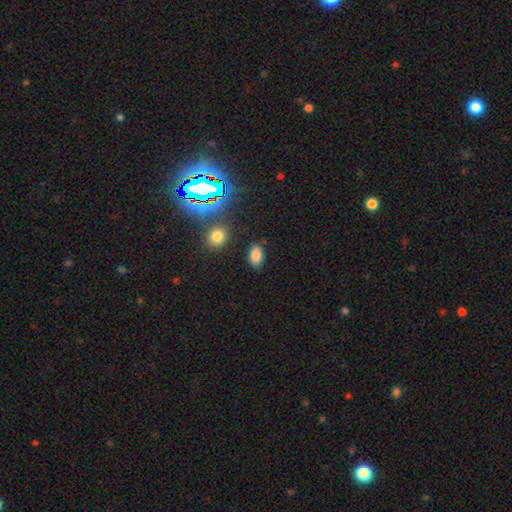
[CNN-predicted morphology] smooth 81%, star or artifact 14%, featured or disk 6%. Down the decision tree: how rounded — in between (89%); merging — none (83%).